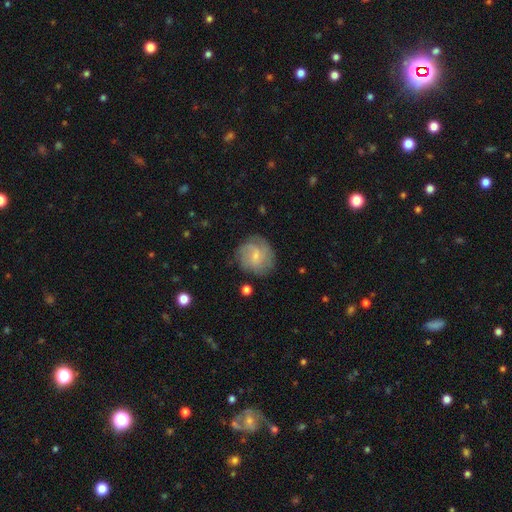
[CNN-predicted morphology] smooth-or-featured: featured or disk: 46% (tied) | smooth: 46% (tied) | star or artifact: 8%
  merging: none: 71% | minor disturbance: 19% | major disturbance: 8% | merger: 2%